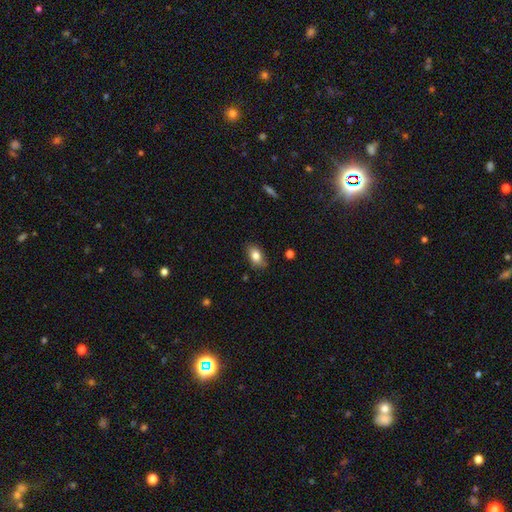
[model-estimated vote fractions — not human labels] This is clearly a smooth galaxy (82%). How rounded: clearly in between (87%). Merging: clearly none (80%).